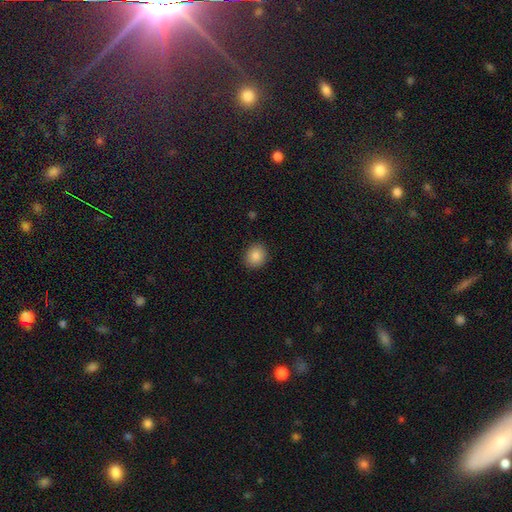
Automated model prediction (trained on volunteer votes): This appears to be a smooth galaxy with no disk features (85%) that is round (72%). Merging: none (90%).